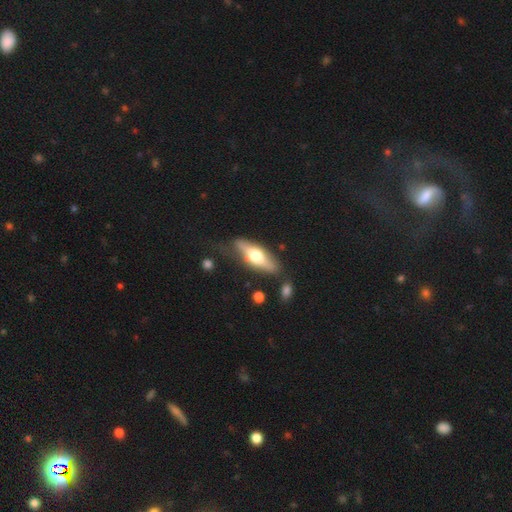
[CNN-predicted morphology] Q: Smooth or featured?
A: featured or disk (53%); runner-up: smooth (42%)
Q: Edge-on disk?
A: yes (83%); runner-up: no (17%)
Q: Merging?
A: none (71%); runner-up: minor disturbance (18%)